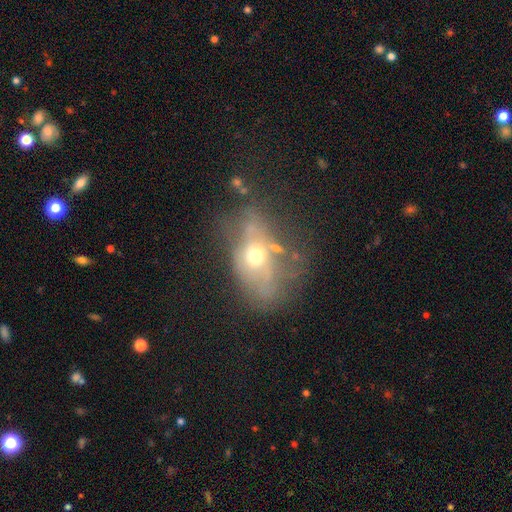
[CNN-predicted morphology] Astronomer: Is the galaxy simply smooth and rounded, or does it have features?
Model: featured or disk — 47% (runner-up: smooth, 41%).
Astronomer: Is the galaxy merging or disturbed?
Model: none — 33% (runner-up: major disturbance, 31%).